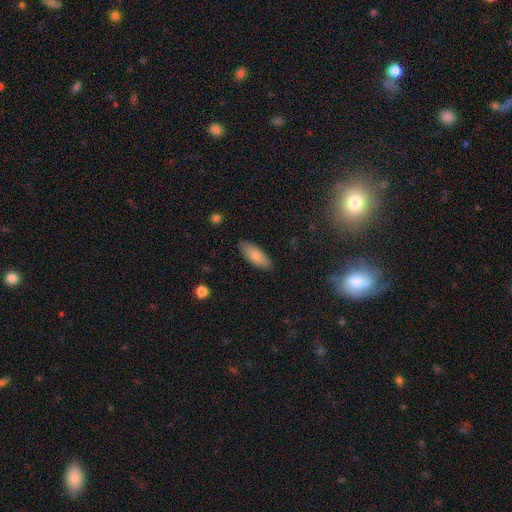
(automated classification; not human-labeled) Overall: smooth (82%). How rounded: in between (76%). Merging: none (85%).